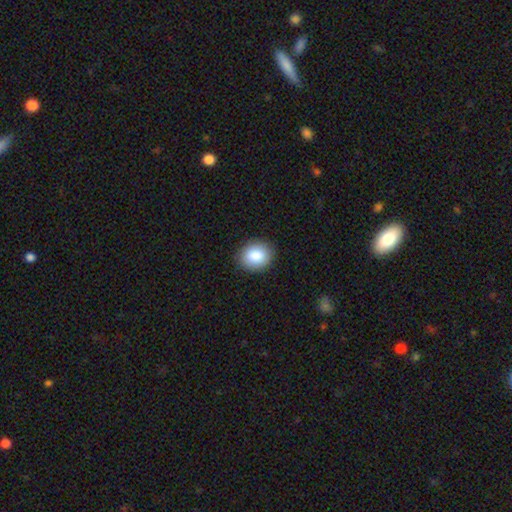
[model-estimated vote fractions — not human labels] smooth_or_featured: smooth (p=0.87) [alt: star or artifact p=0.07]
how_rounded: round (p=0.53) [alt: in between p=0.46]
merging: none (p=0.88) [alt: minor disturbance p=0.09]